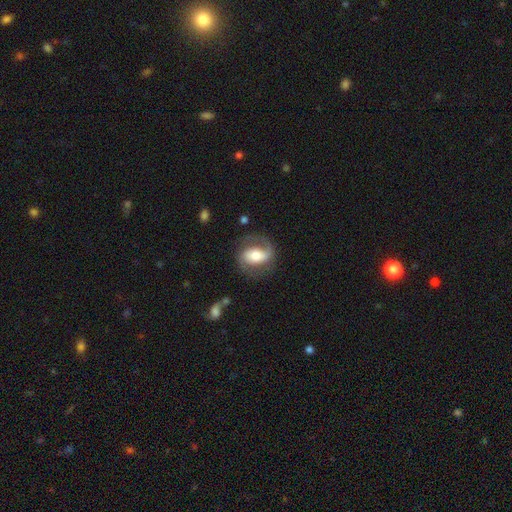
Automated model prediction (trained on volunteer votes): smooth_or_featured: featured or disk (p=0.71) [alt: smooth p=0.23]
disk_edge_on: no (p=0.96) [alt: yes p=0.04]
bar: strong (p=0.38) [alt: weak p=0.33]
has_spiral_arms: yes (p=0.88) [alt: no p=0.12]
spiral_winding: medium (p=0.47) [alt: loose p=0.30]
spiral_arm_count: 2 (p=0.77) [alt: 1 p=0.15]
bulge_size: moderate (p=0.61) [alt: large p=0.19]
merging: none (p=0.70) [alt: minor disturbance p=0.16]